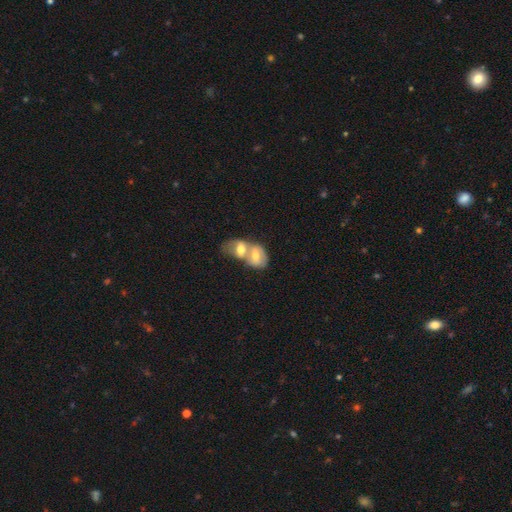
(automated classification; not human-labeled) smooth 60%, featured or disk 33%, star or artifact 7%. Down the decision tree: how rounded — in between (74%); merging — merger (81%).